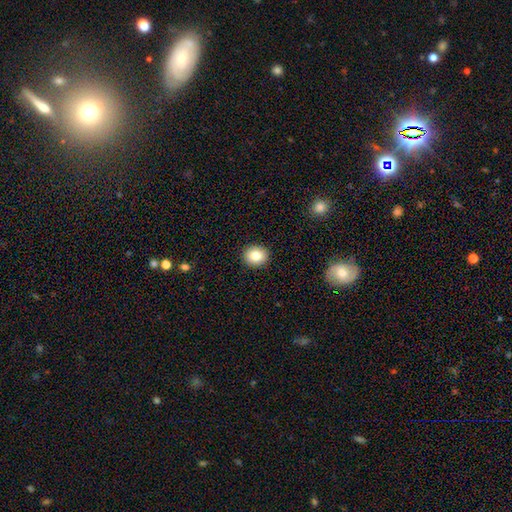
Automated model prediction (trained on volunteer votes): A smooth galaxy with no disk features (82%) that is round (78%). Merging: none (92%).